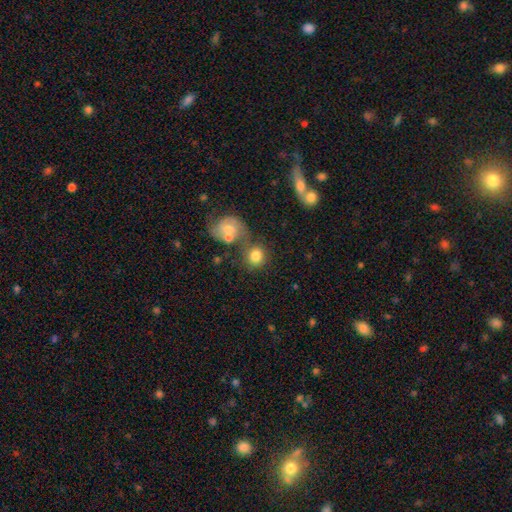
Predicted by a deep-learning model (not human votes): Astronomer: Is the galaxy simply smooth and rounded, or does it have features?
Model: smooth — 79%.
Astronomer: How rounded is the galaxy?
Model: round — 75%.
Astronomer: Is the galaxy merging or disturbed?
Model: none — 50% (runner-up: merger, 31%).